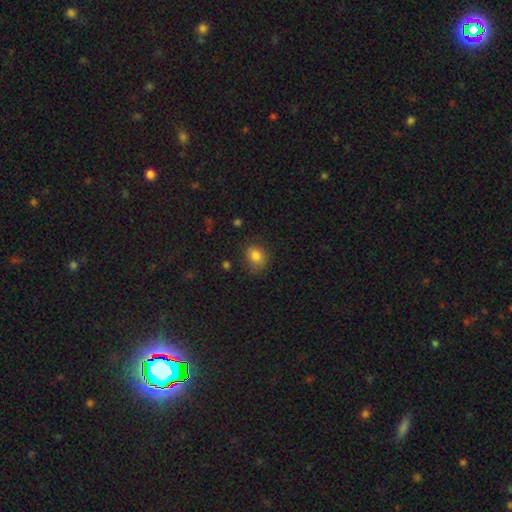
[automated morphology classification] The model was most divided on "how rounded": round: 71%, in between: 28%, cigar-shaped: 1%. More confident: smooth or featured — smooth (83%); merging — none (72%).